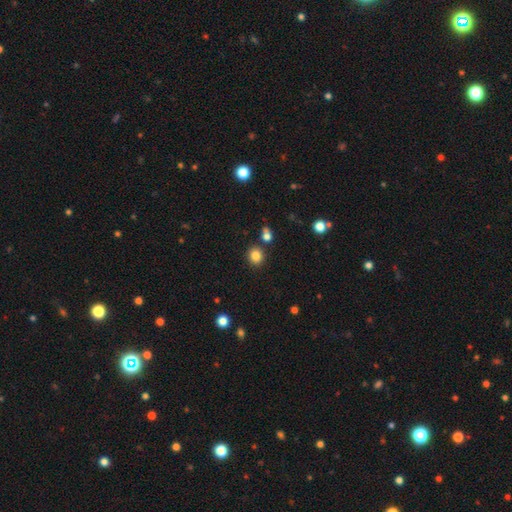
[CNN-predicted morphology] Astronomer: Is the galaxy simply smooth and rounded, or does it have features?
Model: smooth — 83%.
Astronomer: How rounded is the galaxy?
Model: round — 81%.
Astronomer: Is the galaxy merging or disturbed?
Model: none — 81%.